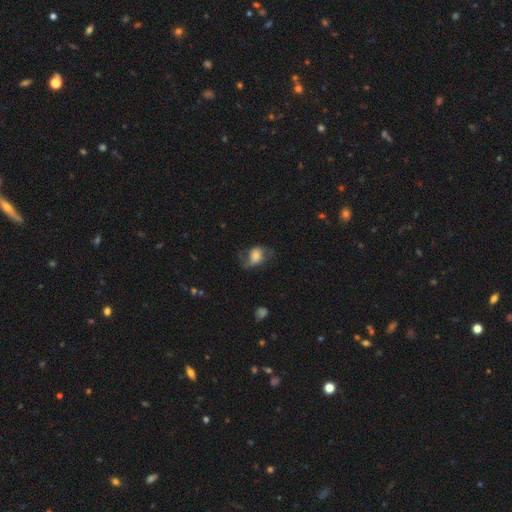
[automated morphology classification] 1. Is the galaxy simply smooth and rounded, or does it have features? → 48% featured or disk, 43% smooth, 9% star or artifact.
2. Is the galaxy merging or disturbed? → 47% none, 26% major disturbance, 24% minor disturbance, 2% merger.